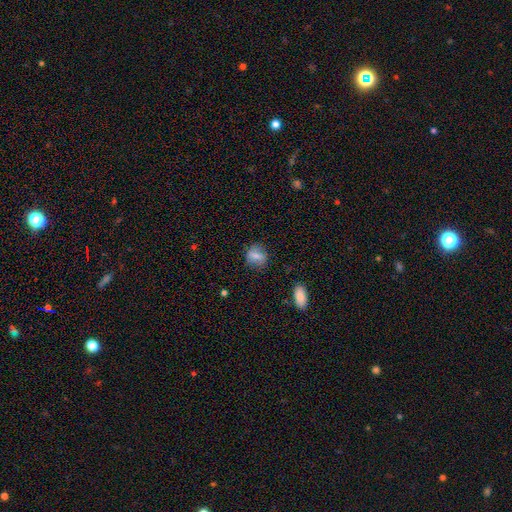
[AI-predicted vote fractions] smooth 74%, featured or disk 17%, star or artifact 9%. Down the decision tree: how rounded — round (56%); merging — none (80%).